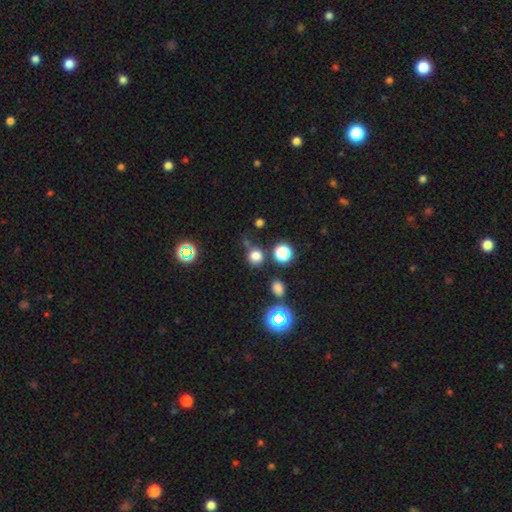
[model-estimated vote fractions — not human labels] Morphology: type=smooth (73%); roundness=round (86%); merging=none (74%).